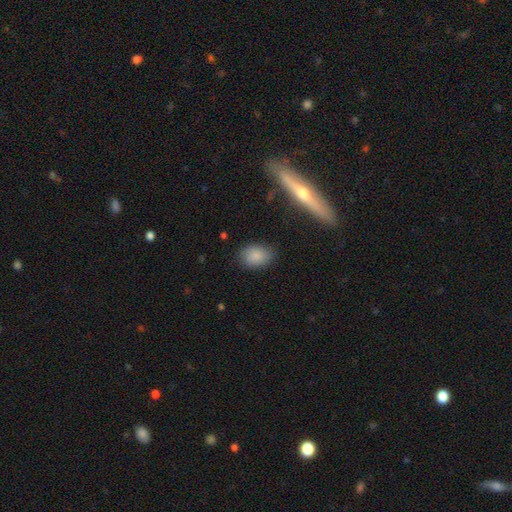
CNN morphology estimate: A smooth galaxy with no disk features (85%) that is in between round and cigar-shaped (71%). Merging: none (80%).